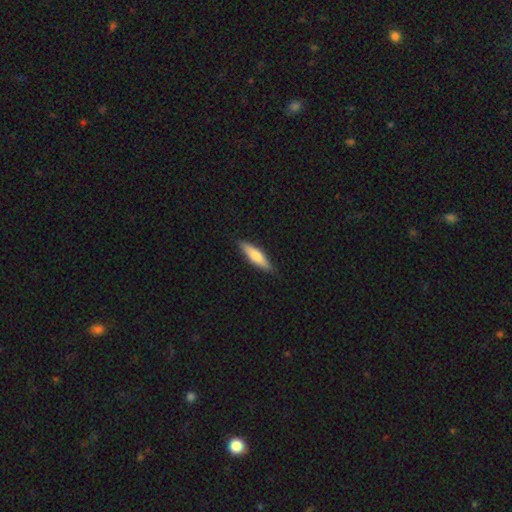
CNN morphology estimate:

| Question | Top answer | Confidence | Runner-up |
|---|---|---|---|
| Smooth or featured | smooth | 63% | featured or disk (31%) |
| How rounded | cigar-shaped | 67% | in between (31%) |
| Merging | none | 87% | minor disturbance (10%) |